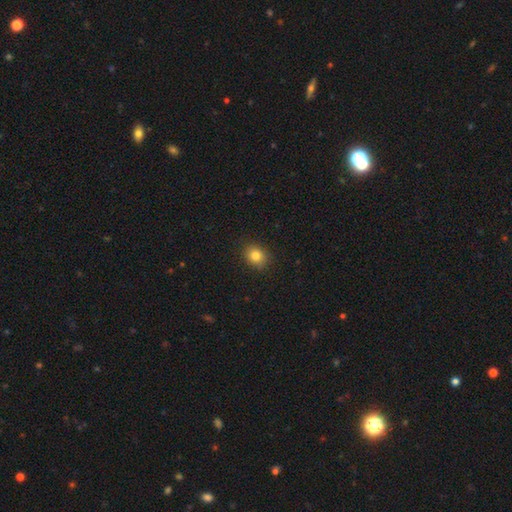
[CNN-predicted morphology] This appears to be a smooth galaxy with no disk features (83%) that is round (63%). Merging: none (89%).